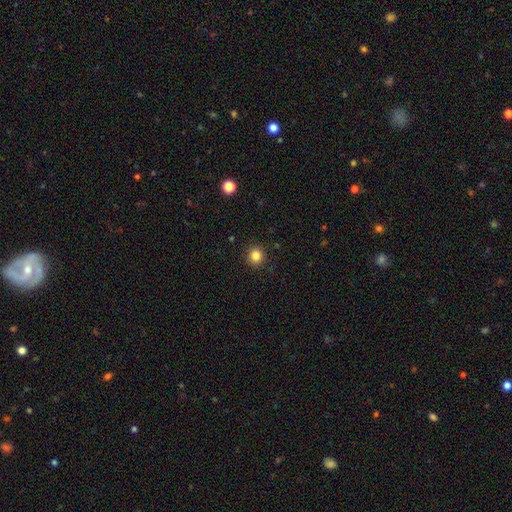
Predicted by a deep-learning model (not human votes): smooth-or-featured: smooth: 83% | star or artifact: 12% | featured or disk: 5%
  how-rounded: round: 90% | in between: 9% | cigar-shaped: 1%
  merging: none: 91% | minor disturbance: 6% | major disturbance: 2% | merger: 1%